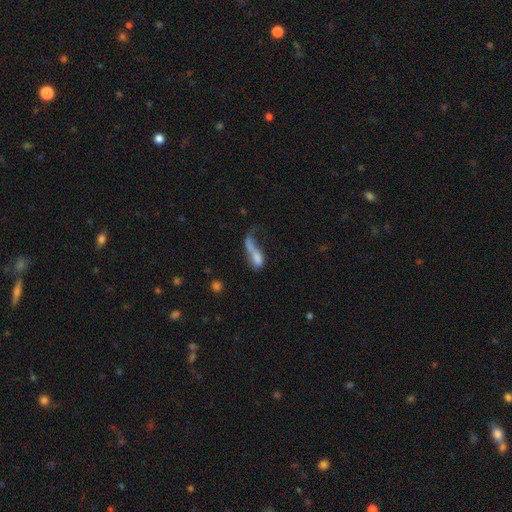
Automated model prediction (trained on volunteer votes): Smooth or featured? smooth (62%)
How rounded? in between (61%)
Merging? major disturbance (44%)